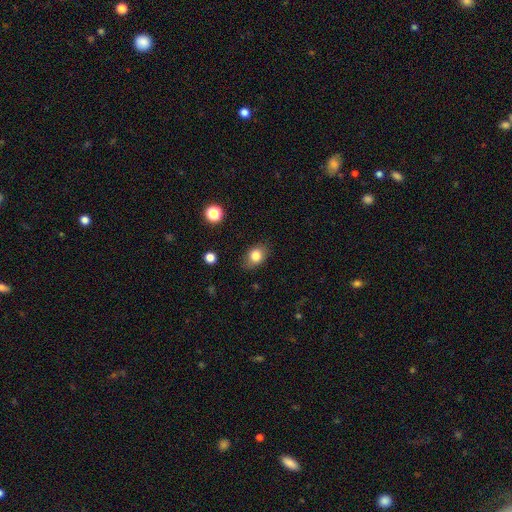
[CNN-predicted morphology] Smooth or featured: smooth — 82% (star or artifact — 9%)
How rounded: in between — 65% (round — 33%)
Merging: none — 80% (minor disturbance — 15%)